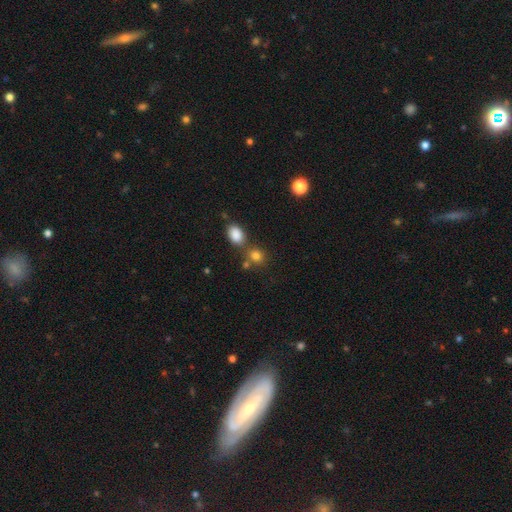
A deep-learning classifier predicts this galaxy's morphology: This is clearly a smooth galaxy (80%). How rounded: likely round (70%). Merging: possibly none (60%).